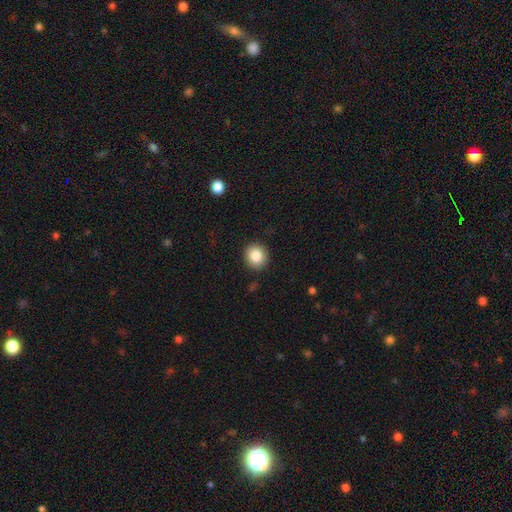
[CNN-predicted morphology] Smooth or featured?
  - smooth: 86% *
  - star or artifact: 9%
  - featured or disk: 6%
How rounded?
  - round: 87% *
  - in between: 12%
  - cigar-shaped: 1%
Merging?
  - none: 91% *
  - minor disturbance: 6%
  - major disturbance: 2%
  - merger: 1%